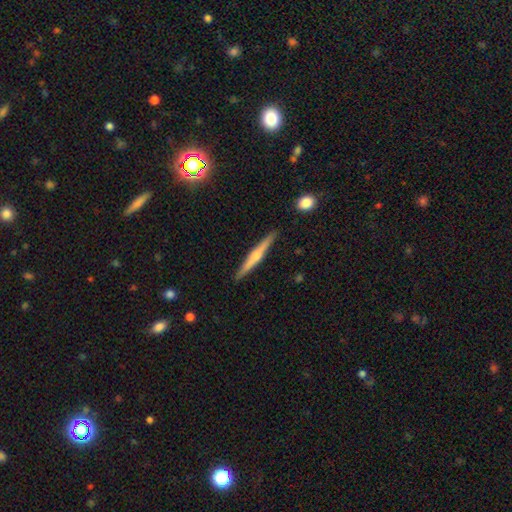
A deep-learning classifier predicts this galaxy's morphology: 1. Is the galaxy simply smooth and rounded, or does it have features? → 63% featured or disk, 31% smooth, 6% star or artifact.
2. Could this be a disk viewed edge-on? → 98% yes, 2% no.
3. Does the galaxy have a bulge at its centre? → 78% rounded, 16% none, 6% boxy.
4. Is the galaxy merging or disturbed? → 90% none, 7% minor disturbance, 1% major disturbance, 1% merger.